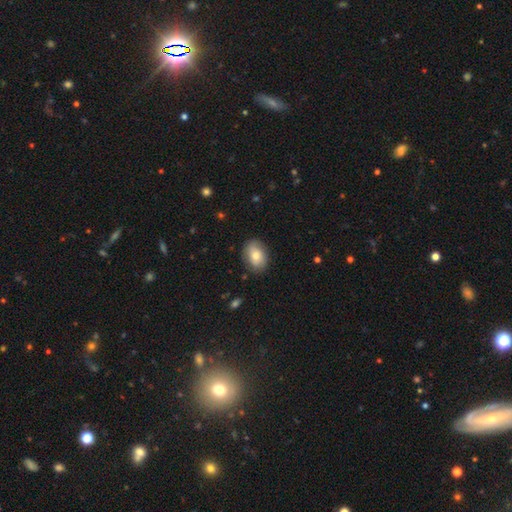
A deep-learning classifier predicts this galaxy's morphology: This appears to be a smooth galaxy with no disk features (75%) that is in between round and cigar-shaped (79%). Merging: none (83%).